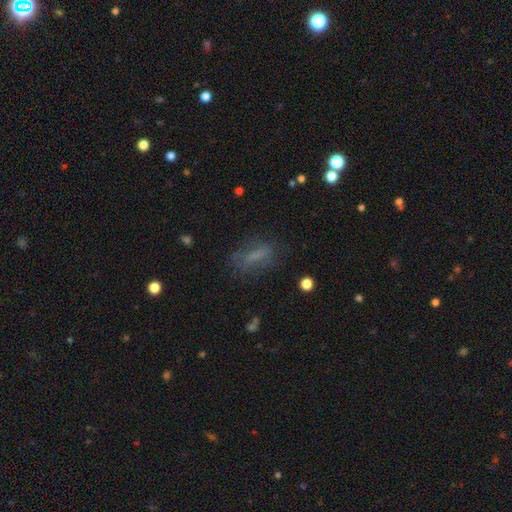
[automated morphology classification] smooth-or-featured: smooth: 59% | featured or disk: 24% | star or artifact: 16%
  how-rounded: in between: 51% | cigar-shaped: 44% | round: 5%
  merging: none: 67% | minor disturbance: 18% | major disturbance: 12% | merger: 2%